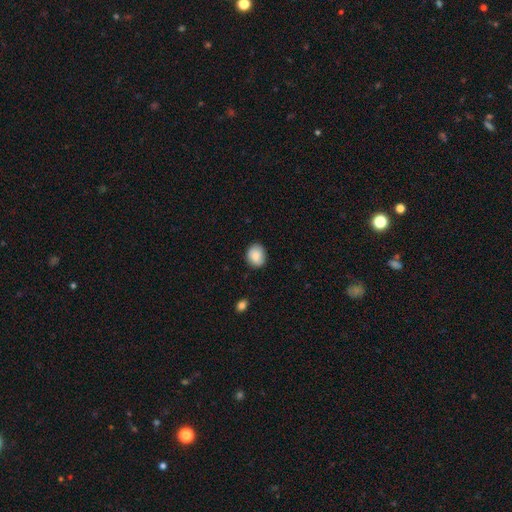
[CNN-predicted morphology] Smooth or featured? Predicted: smooth (p=0.84). How rounded? Predicted: round (p=0.59). Merging? Predicted: none (p=0.84).